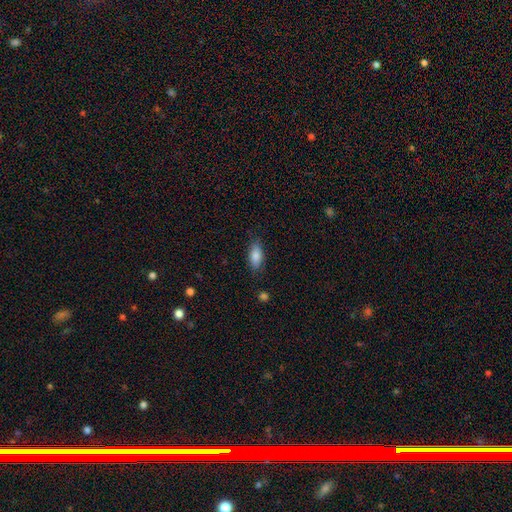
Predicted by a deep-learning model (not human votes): Smooth or featured?
  - smooth: 84% *
  - featured or disk: 9%
  - star or artifact: 7%
How rounded?
  - in between: 85% *
  - cigar-shaped: 12%
  - round: 3%
Merging?
  - none: 81% *
  - minor disturbance: 14%
  - major disturbance: 3%
  - merger: 1%